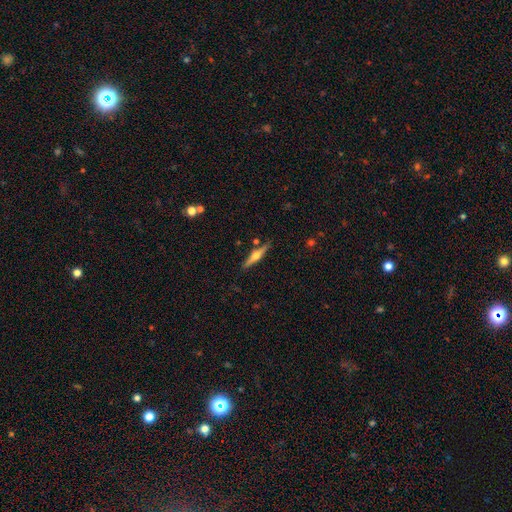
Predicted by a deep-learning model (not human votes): A featured or disk galaxy (69%) viewed edge-on (97%) with a rounded central bulge (93%). Merging: none (86%).